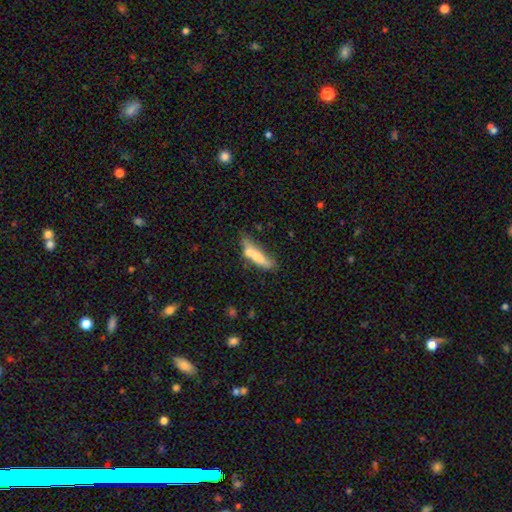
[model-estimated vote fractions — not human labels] smooth-or-featured: smooth: 65% | featured or disk: 27% | star or artifact: 7%
  how-rounded: cigar-shaped: 70% | in between: 28% | round: 2%
  merging: none: 36% | merger: 25% | minor disturbance: 24% | major disturbance: 14%